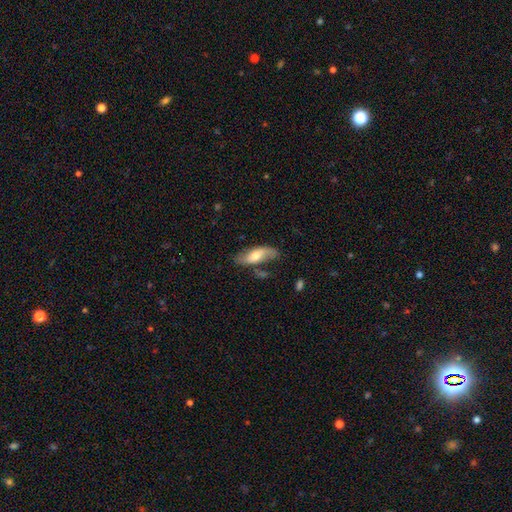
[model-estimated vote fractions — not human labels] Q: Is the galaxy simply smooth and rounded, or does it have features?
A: smooth — 49%.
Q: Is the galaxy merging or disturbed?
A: none — 64%.